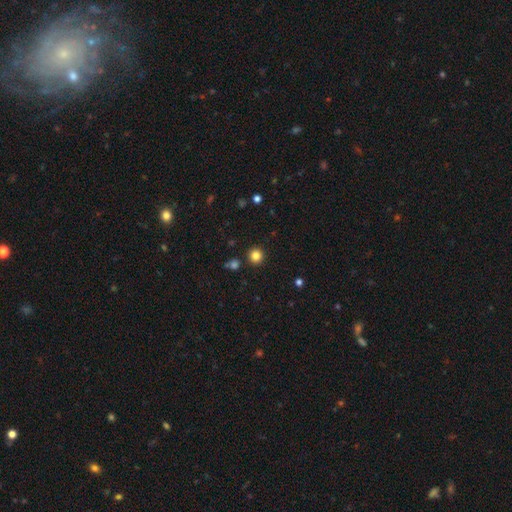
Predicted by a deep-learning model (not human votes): Smooth or featured: smooth — 83% (star or artifact — 13%)
How rounded: round — 94% (in between — 5%)
Merging: none — 91% (minor disturbance — 5%)